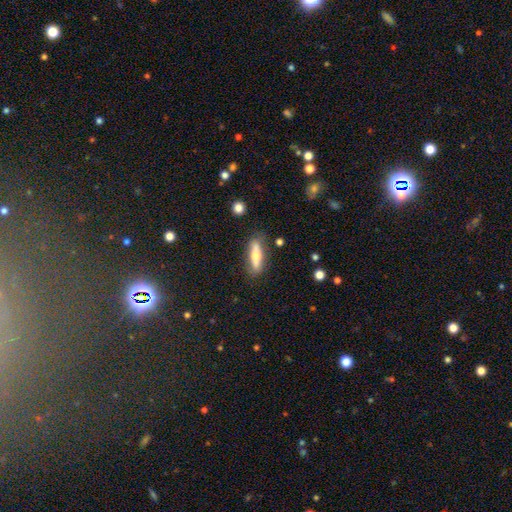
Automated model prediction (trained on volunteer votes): Smooth or featured: smooth — 57% (featured or disk — 37%)
How rounded: cigar-shaped — 67% (in between — 31%)
Merging: none — 81% (minor disturbance — 13%)